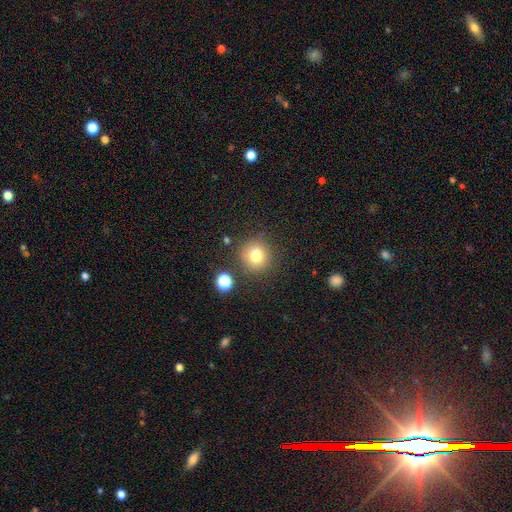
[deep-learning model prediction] The model was most divided on "smooth or featured": smooth: 77%, star or artifact: 14%, featured or disk: 10%. More confident: how rounded — round (91%); merging — none (82%).